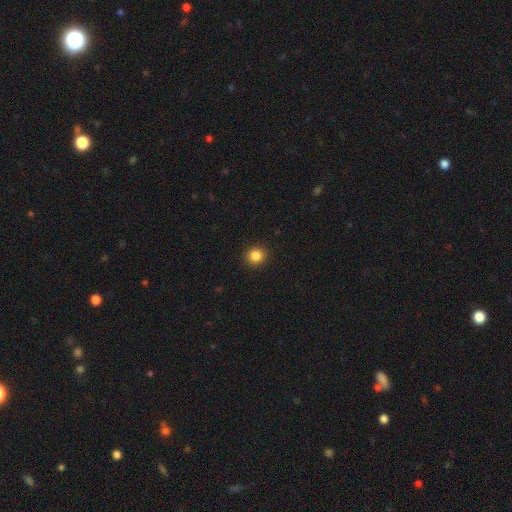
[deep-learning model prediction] smooth-or-featured: smooth: 85% | star or artifact: 11% | featured or disk: 4%
  how-rounded: round: 88% | in between: 11% | cigar-shaped: 1%
  merging: none: 92% | minor disturbance: 5% | major disturbance: 2% | merger: 1%